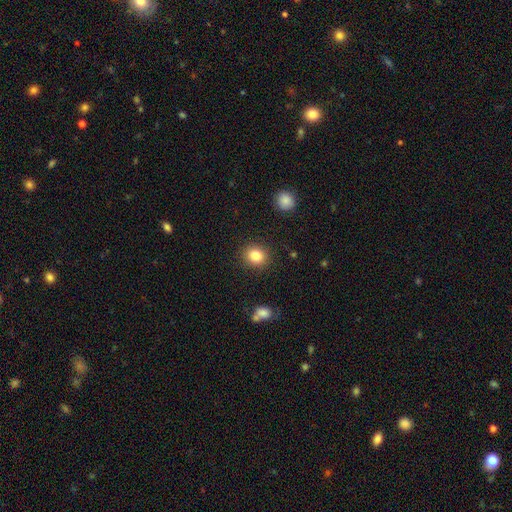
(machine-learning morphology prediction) Smooth or featured: smooth — 85% (star or artifact — 10%)
How rounded: round — 76% (in between — 23%)
Merging: none — 89% (minor disturbance — 7%)